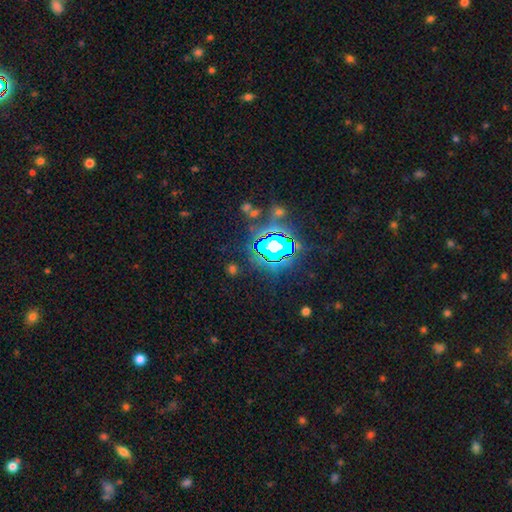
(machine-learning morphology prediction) smooth-or-featured: star or artifact: 84% | smooth: 9% | featured or disk: 7%